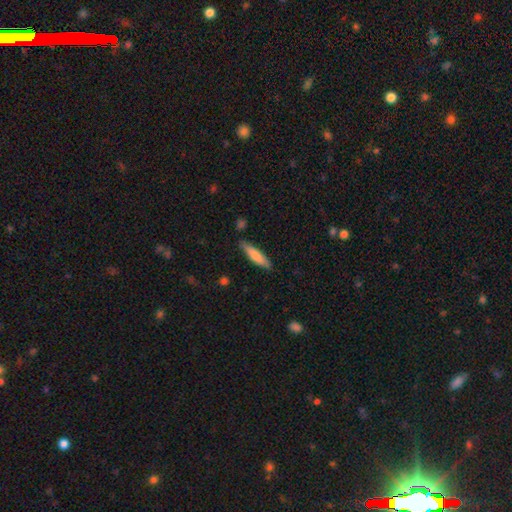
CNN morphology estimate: This is likely a smooth galaxy (76%). How rounded: likely cigar-shaped (77%). Merging: clearly none (82%).